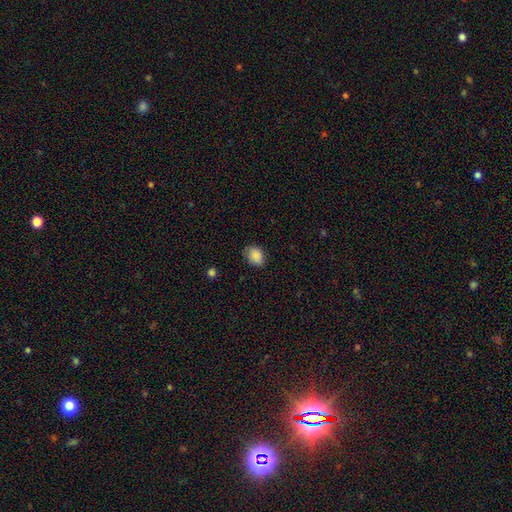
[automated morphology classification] The model was most divided on "how rounded": in between: 70%, round: 29%, cigar-shaped: 1%. More confident: smooth or featured — smooth (87%); merging — none (71%).